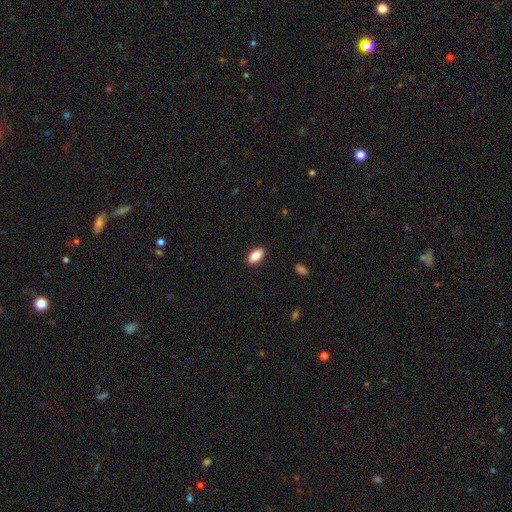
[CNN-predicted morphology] Smooth or featured? smooth (85%)
How rounded? in between (93%)
Merging? none (89%)